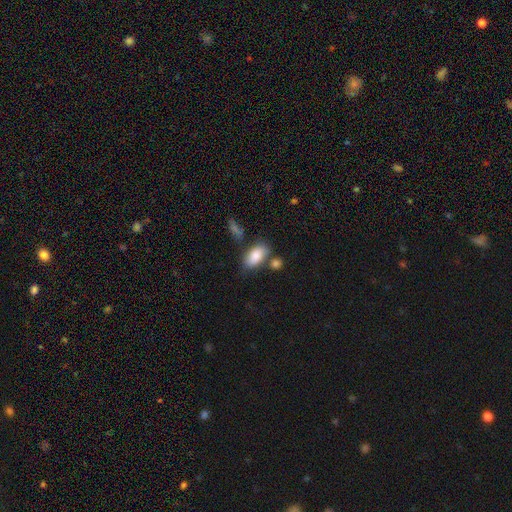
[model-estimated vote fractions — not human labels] A smooth galaxy with no disk features (84%) that is in between round and cigar-shaped (92%). Merging: none (65%).